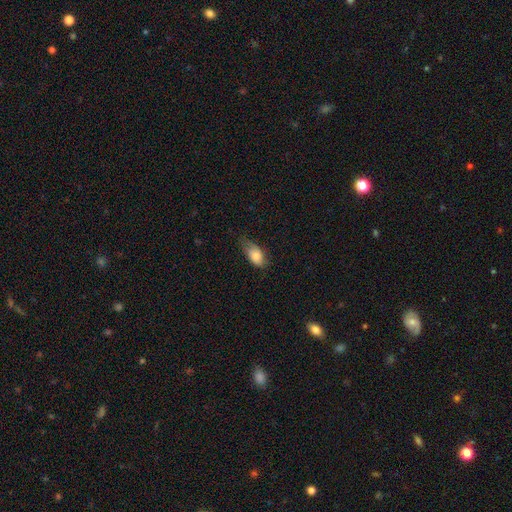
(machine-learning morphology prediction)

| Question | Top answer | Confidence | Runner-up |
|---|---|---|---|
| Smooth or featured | smooth | 78% | featured or disk (15%) |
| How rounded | in between | 90% | round (5%) |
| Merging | none | 49% | minor disturbance (38%) |